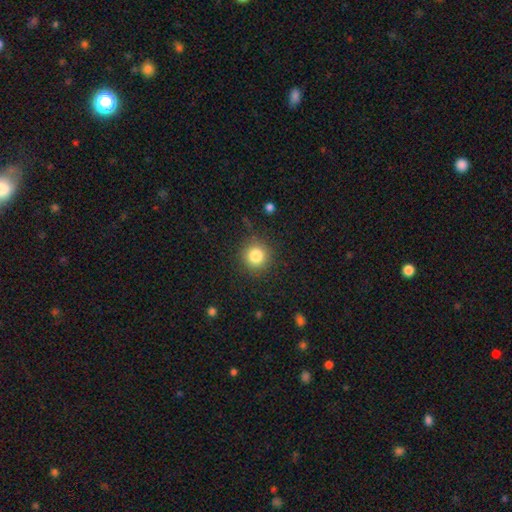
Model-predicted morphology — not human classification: smooth 83%, star or artifact 11%, featured or disk 6%. Down the decision tree: how rounded — round (94%); merging — none (88%).